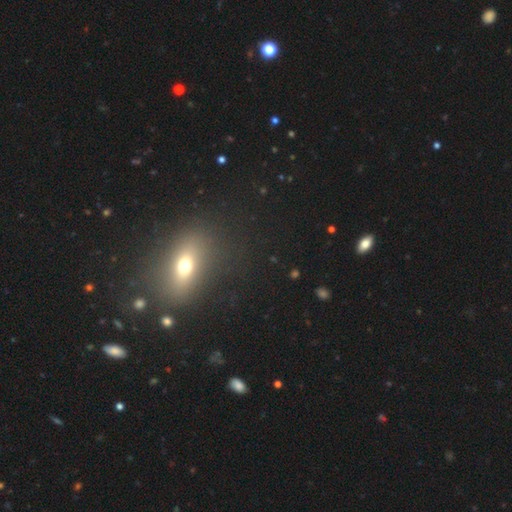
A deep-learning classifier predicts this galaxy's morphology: smooth_or_featured: smooth (p=0.48) [alt: star or artifact p=0.33]
merging: none (p=0.84) [alt: minor disturbance p=0.09]